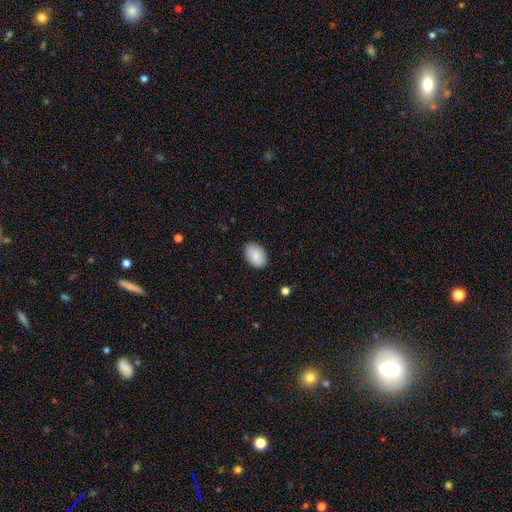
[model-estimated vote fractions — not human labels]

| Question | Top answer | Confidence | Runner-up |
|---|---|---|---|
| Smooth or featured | smooth | 78% | featured or disk (15%) |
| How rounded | in between | 85% | round (14%) |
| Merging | none | 83% | minor disturbance (13%) |